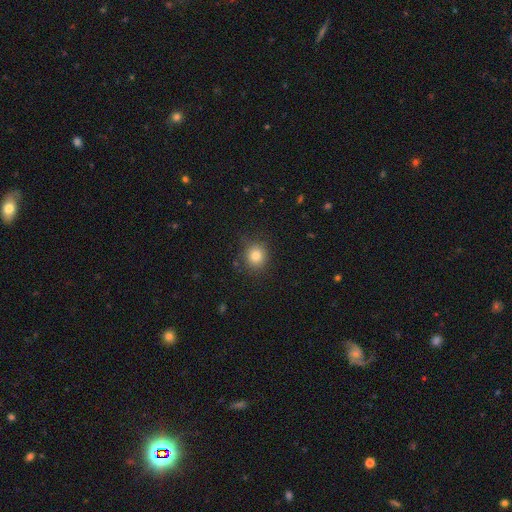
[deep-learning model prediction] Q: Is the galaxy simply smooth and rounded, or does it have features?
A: smooth — 81%.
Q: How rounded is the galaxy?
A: round — 85%.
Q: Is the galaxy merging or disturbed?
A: none — 84%.